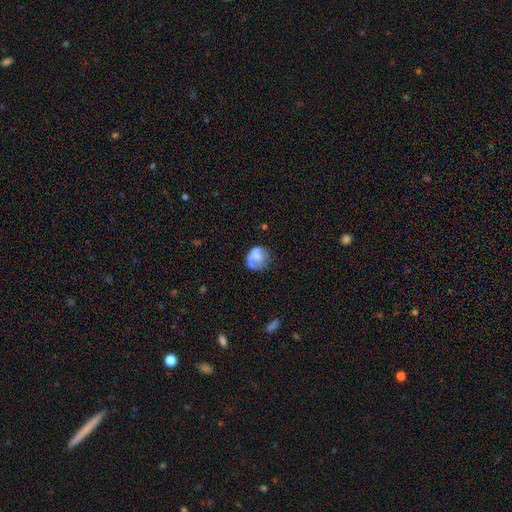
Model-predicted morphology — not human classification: Smooth or featured? smooth (54%)
How rounded? round (69%)
Merging? none (43%)